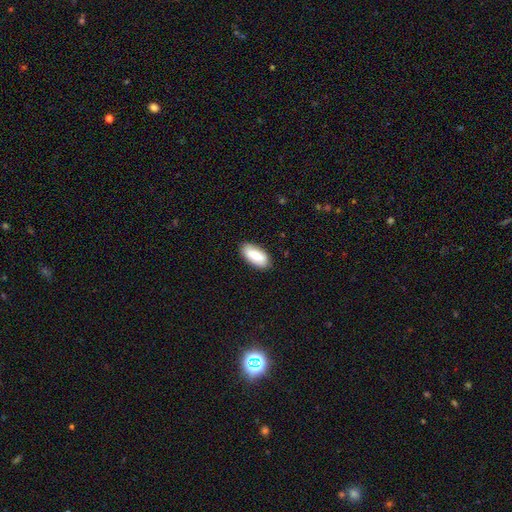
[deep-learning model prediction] Q: Smooth or featured?
A: smooth (76%); runner-up: featured or disk (18%)
Q: How rounded?
A: in between (88%); runner-up: cigar-shaped (10%)
Q: Merging?
A: none (87%); runner-up: minor disturbance (10%)